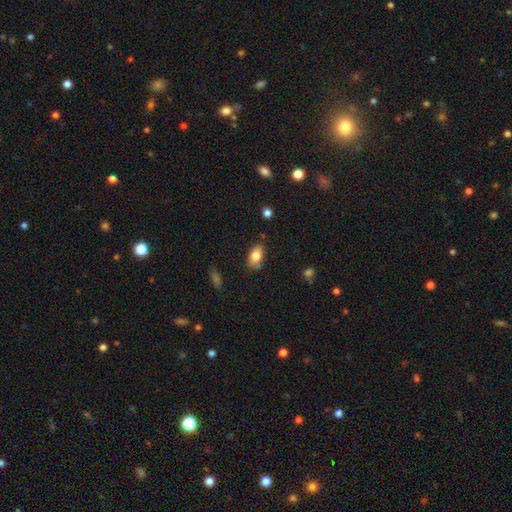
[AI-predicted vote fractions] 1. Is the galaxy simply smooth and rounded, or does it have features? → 81% smooth, 12% featured or disk, 8% star or artifact.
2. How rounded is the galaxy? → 92% in between, 5% round, 3% cigar-shaped.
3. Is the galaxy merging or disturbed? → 75% none, 18% minor disturbance, 3% merger, 3% major disturbance.